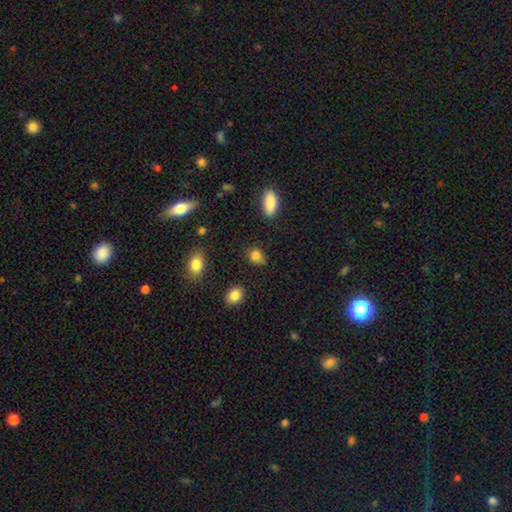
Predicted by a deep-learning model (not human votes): This appears to be a smooth galaxy with no disk features (85%) that is in between round and cigar-shaped (69%). Merging: none (77%).